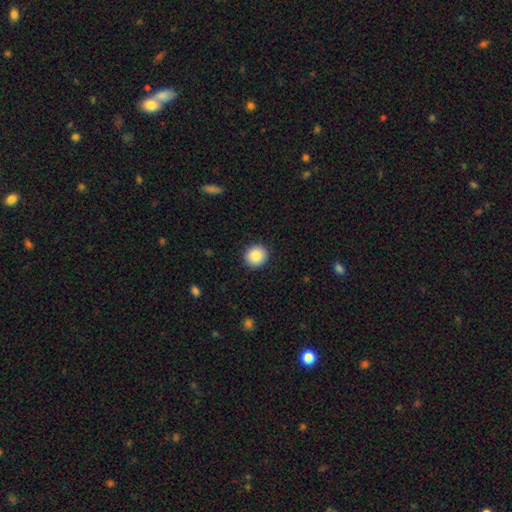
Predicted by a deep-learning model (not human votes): A smooth galaxy with no disk features (86%) that is round (90%).

Vote fractions:
- Smooth or featured? smooth: 86% / star or artifact: 8% / featured or disk: 5%
- How rounded? round: 90% / in between: 9% / cigar-shaped: 1%
- Merging? none: 92% / minor disturbance: 6% / major disturbance: 2% / merger: 1%